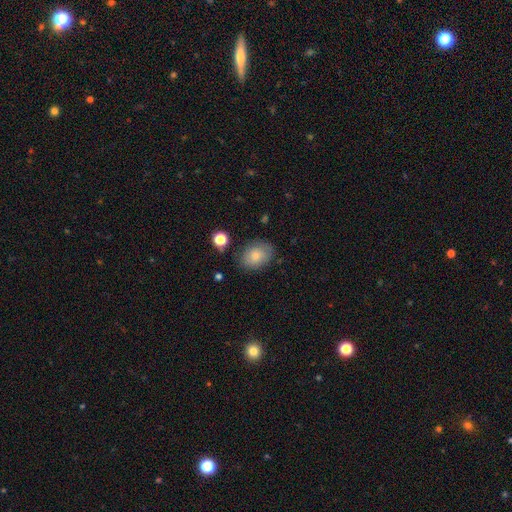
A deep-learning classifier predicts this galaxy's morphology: Q: Smooth or featured?
A: smooth (78%); runner-up: featured or disk (14%)
Q: How rounded?
A: in between (67%); runner-up: round (32%)
Q: Merging?
A: none (79%); runner-up: minor disturbance (15%)